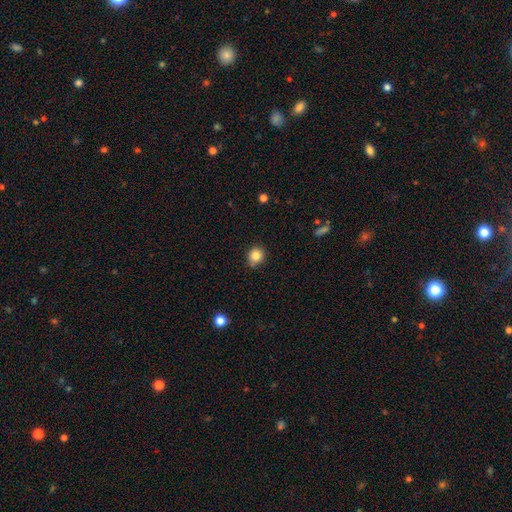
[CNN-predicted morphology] type=smooth (84%); roundness=round (81%); merging=none (80%).